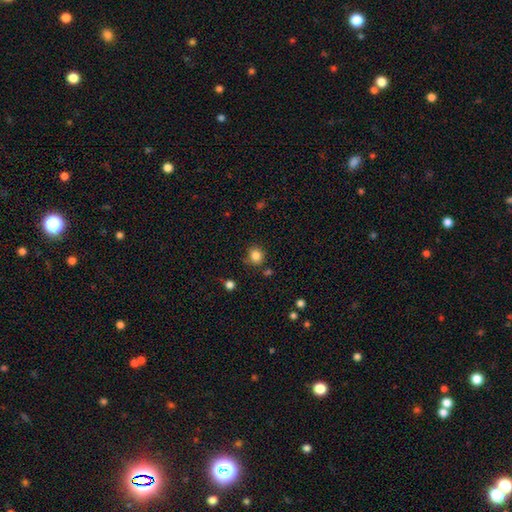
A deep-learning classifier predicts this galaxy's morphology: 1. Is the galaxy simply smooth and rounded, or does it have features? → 84% smooth, 12% star or artifact, 4% featured or disk.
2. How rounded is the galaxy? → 88% round, 11% in between, 1% cigar-shaped.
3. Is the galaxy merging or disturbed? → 79% none, 13% minor disturbance, 4% merger, 3% major disturbance.